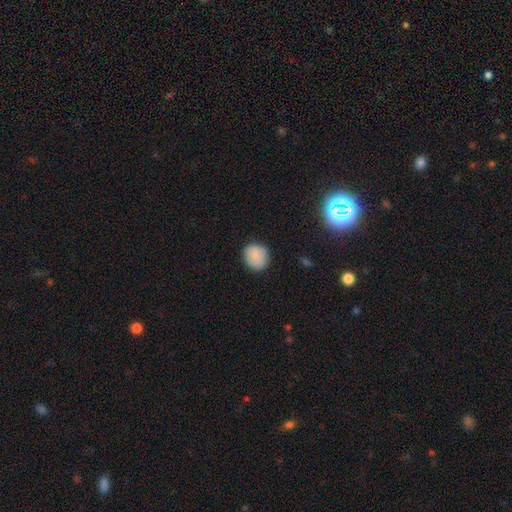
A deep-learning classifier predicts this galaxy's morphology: Smooth or featured?
  - smooth: 85% *
  - star or artifact: 8%
  - featured or disk: 7%
How rounded?
  - round: 74% *
  - in between: 25%
  - cigar-shaped: 1%
Merging?
  - none: 82% *
  - minor disturbance: 13%
  - major disturbance: 3%
  - merger: 1%